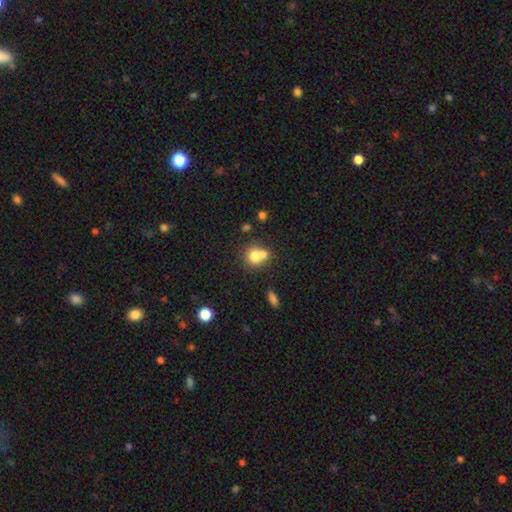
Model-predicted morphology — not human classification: smooth 73%, featured or disk 15%, star or artifact 11%. Down the decision tree: how rounded — round (79%); merging — merger (51%).